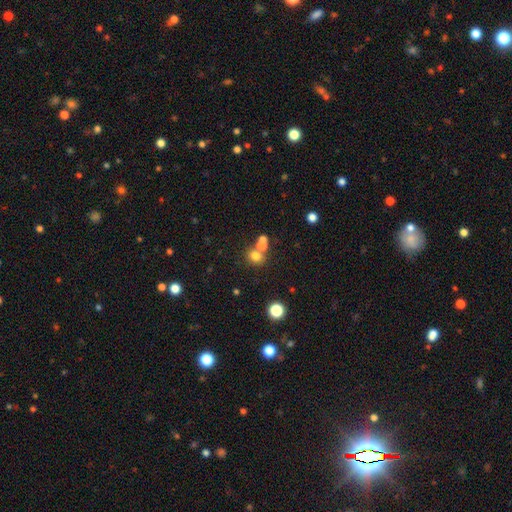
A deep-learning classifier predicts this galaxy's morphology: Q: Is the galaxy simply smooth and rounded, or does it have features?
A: smooth — 73%.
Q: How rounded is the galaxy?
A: round — 74%.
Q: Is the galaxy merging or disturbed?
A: none — 57%.